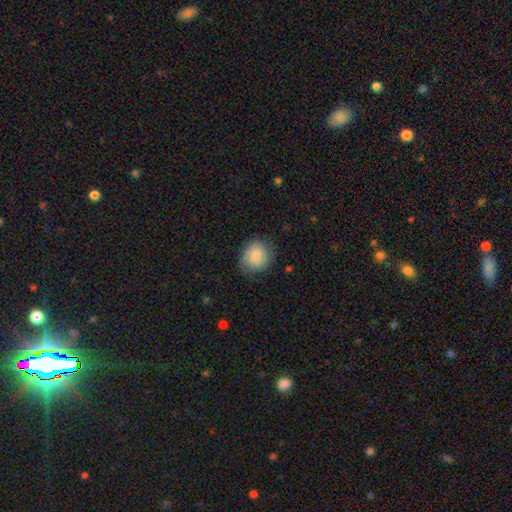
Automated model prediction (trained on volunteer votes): smooth 81%, featured or disk 12%, star or artifact 7%. Down the decision tree: how rounded — round (74%); merging — none (74%).